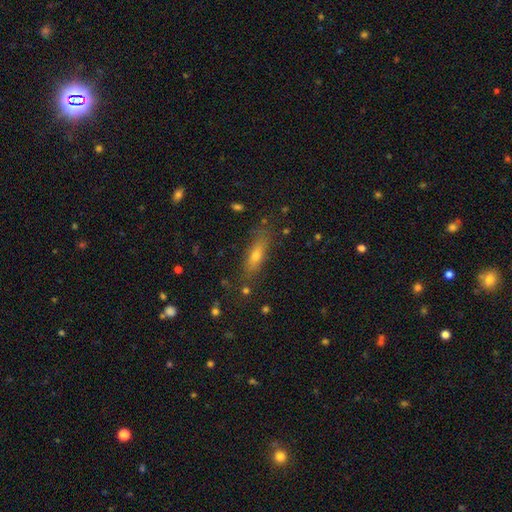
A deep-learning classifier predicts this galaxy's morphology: Overall: smooth (60%; featured or disk 28%). How rounded: cigar-shaped (60%; in between 36%). Merging: none (78%).